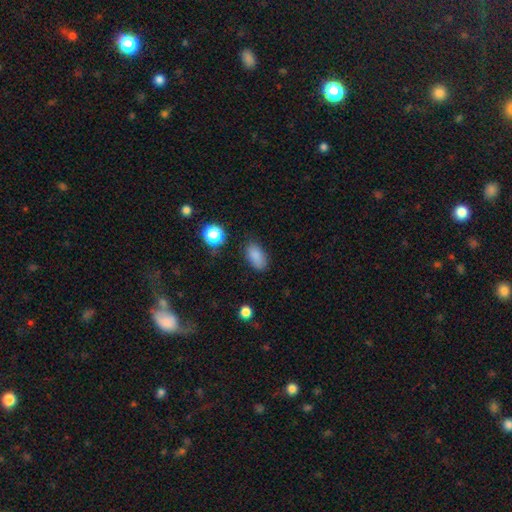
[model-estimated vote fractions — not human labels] Smooth or featured? smooth (84%)
How rounded? in between (90%)
Merging? none (78%)